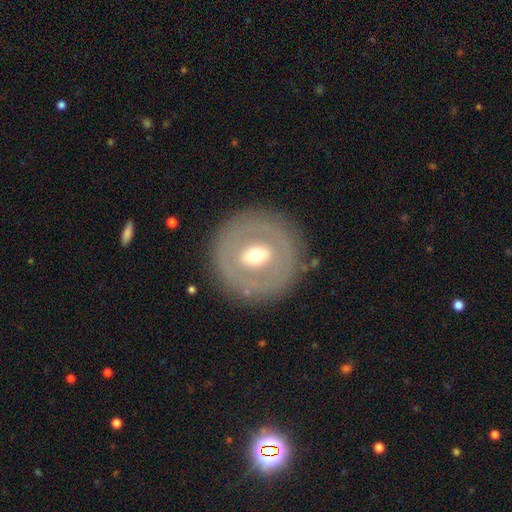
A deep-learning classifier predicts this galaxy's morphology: This is possibly a featured or disk galaxy (57%). It is clearly not viewed edge-on (93%). Bar: marginally no (42%). Spiral arm pattern: clearly no (89%). Central bulge: likely moderate (64%). Merging: clearly none (85%).